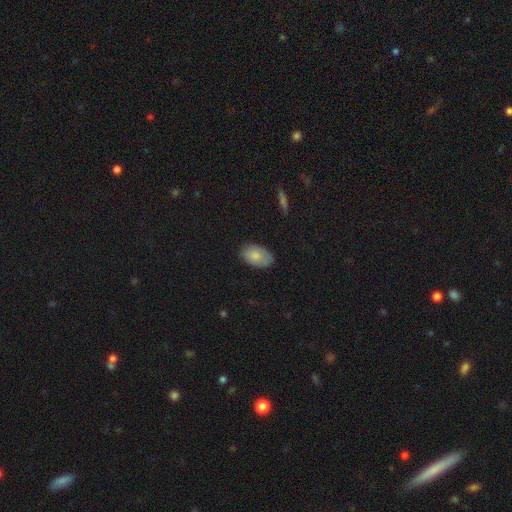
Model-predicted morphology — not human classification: Smooth or featured? smooth (82%)
How rounded? in between (92%)
Merging? none (81%)